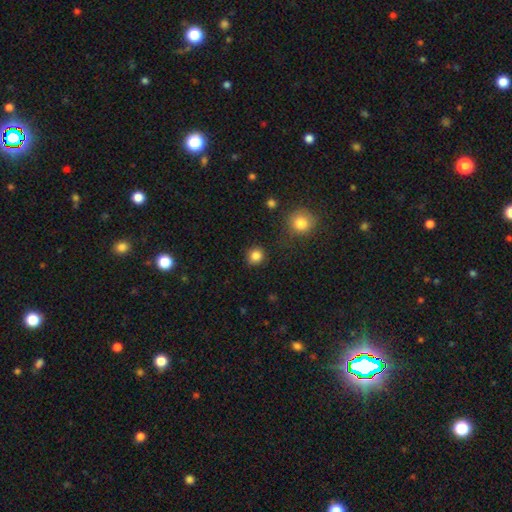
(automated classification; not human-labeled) Q: Smooth or featured?
A: smooth (84%); runner-up: star or artifact (12%)
Q: How rounded?
A: round (88%); runner-up: in between (11%)
Q: Merging?
A: none (87%); runner-up: minor disturbance (8%)